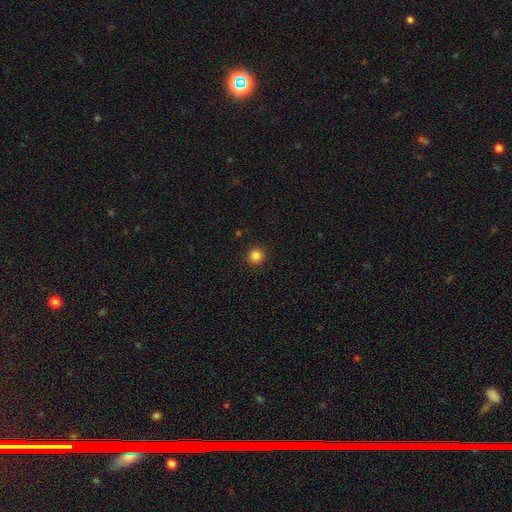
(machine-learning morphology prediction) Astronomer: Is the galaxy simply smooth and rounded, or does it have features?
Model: smooth — 84%.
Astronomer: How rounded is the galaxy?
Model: round — 94%.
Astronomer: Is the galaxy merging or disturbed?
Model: none — 93%.